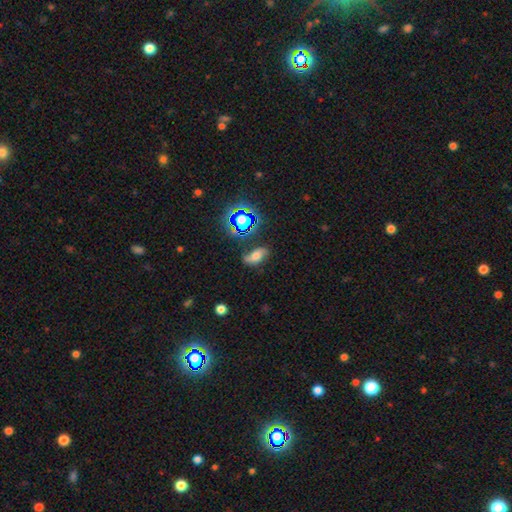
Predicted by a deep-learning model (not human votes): Smooth or featured? smooth (49%)
Merging? none (64%)